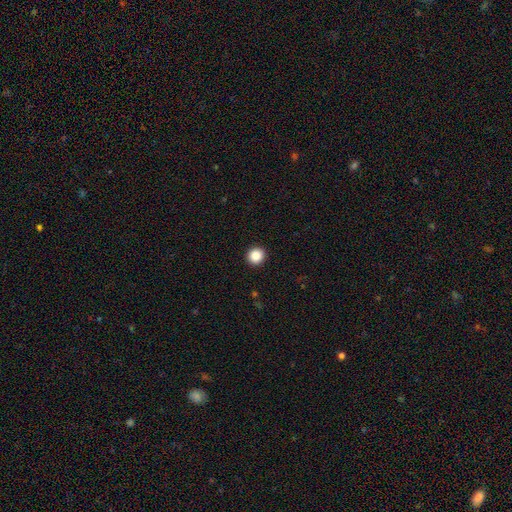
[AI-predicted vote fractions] Morphology: type=smooth (88%); roundness=round (92%); merging=none (93%).